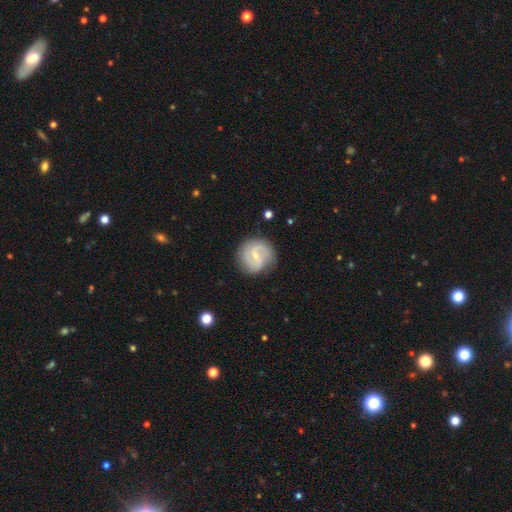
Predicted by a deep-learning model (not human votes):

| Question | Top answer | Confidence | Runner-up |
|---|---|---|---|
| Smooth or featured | featured or disk | 78% | smooth (17%) |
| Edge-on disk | no | 98% | yes (2%) |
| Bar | weak | 58% | no (26%) |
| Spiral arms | yes | 94% | no (6%) |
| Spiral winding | medium | 49% | tight (29%) |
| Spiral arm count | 2 | 81% | can't tell (8%) |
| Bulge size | small | 68% | moderate (26%) |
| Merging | none | 81% | minor disturbance (13%) |